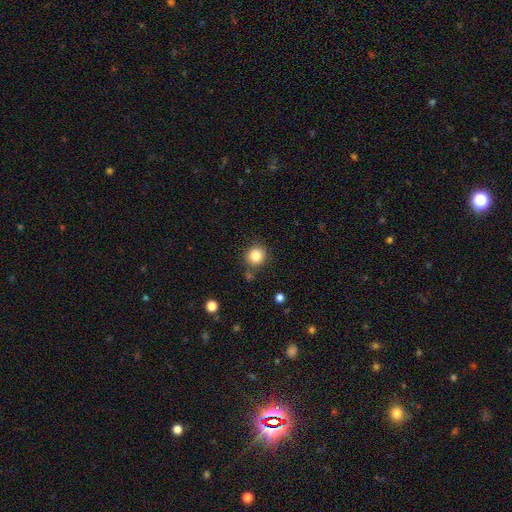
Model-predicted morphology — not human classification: smooth 84%, star or artifact 11%, featured or disk 5%. Down the decision tree: how rounded — round (91%); merging — none (83%).